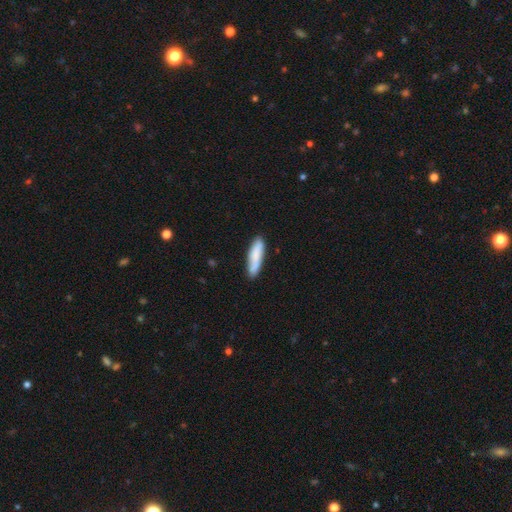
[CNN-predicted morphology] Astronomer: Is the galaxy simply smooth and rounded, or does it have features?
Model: smooth — 82%.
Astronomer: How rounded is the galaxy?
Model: cigar-shaped — 74%.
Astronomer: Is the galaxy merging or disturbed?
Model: none — 83%.